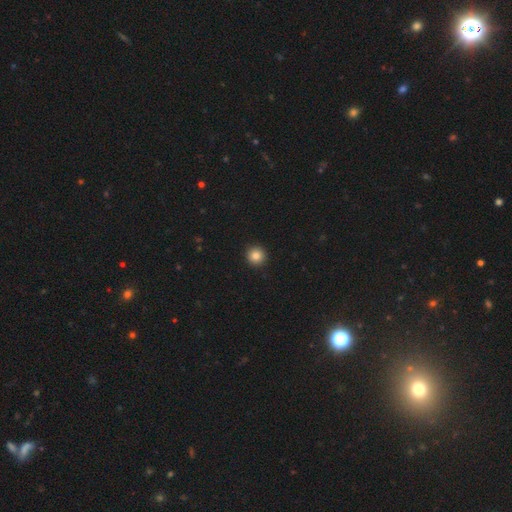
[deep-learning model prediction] Smooth or featured? smooth (85%)
How rounded? round (95%)
Merging? none (94%)